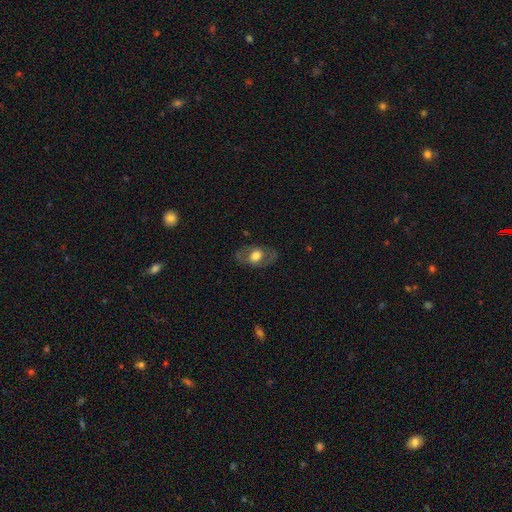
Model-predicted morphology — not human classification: Smooth or featured: smooth — 50% (featured or disk — 42%)
How rounded: in between — 78% (round — 20%)
Merging: none — 76% (minor disturbance — 15%)